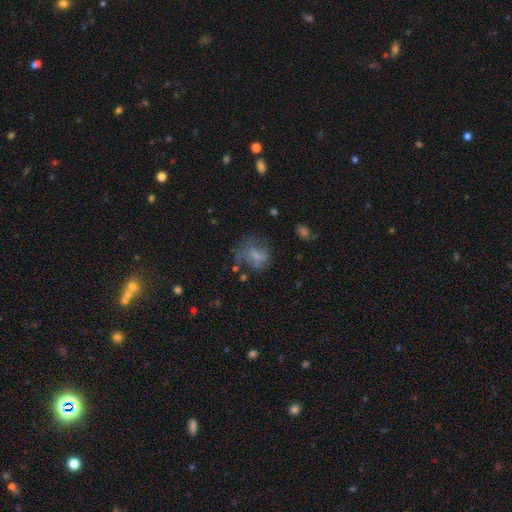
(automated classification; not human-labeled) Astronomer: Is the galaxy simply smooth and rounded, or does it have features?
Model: smooth — 53% (runner-up: featured or disk, 33%).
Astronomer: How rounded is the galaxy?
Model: round — 52% (runner-up: in between, 46%).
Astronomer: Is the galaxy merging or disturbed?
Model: none — 41% (runner-up: major disturbance, 30%).